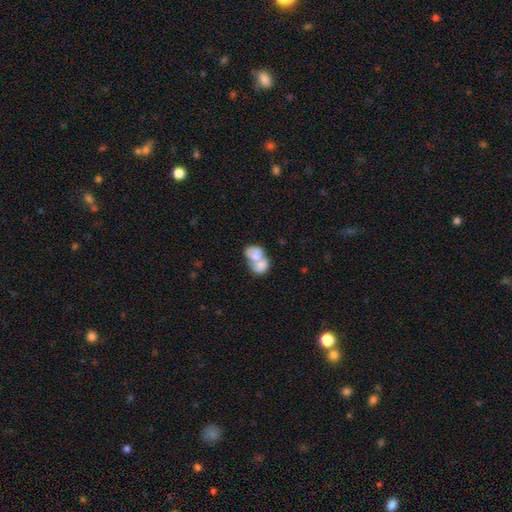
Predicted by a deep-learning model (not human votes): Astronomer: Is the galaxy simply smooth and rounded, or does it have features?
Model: smooth — 63%.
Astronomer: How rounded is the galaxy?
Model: in between — 69%.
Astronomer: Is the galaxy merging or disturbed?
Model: merger — 78%.